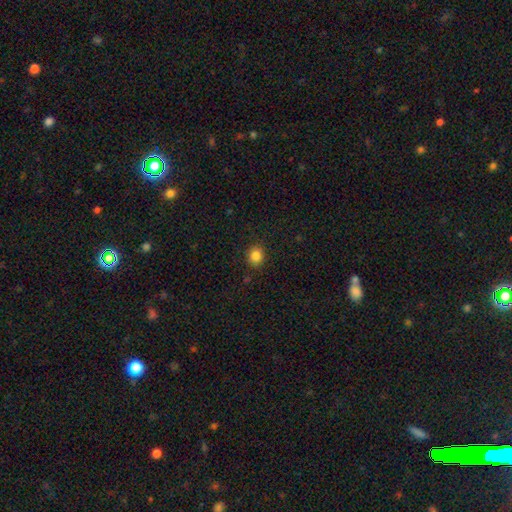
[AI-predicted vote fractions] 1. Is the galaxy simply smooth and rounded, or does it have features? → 85% smooth, 11% star or artifact, 4% featured or disk.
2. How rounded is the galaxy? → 76% round, 23% in between, 1% cigar-shaped.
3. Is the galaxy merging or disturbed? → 88% none, 8% minor disturbance, 2% major disturbance, 1% merger.